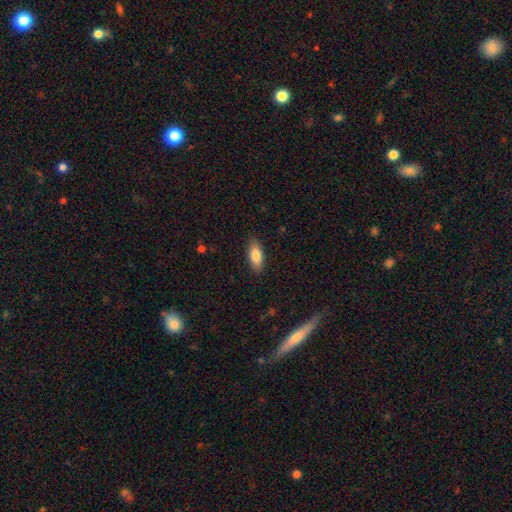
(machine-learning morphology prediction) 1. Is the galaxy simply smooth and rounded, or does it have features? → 81% smooth, 13% featured or disk, 6% star or artifact.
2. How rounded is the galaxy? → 82% in between, 16% cigar-shaped, 2% round.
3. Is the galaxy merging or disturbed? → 88% none, 9% minor disturbance, 2% major disturbance, 1% merger.